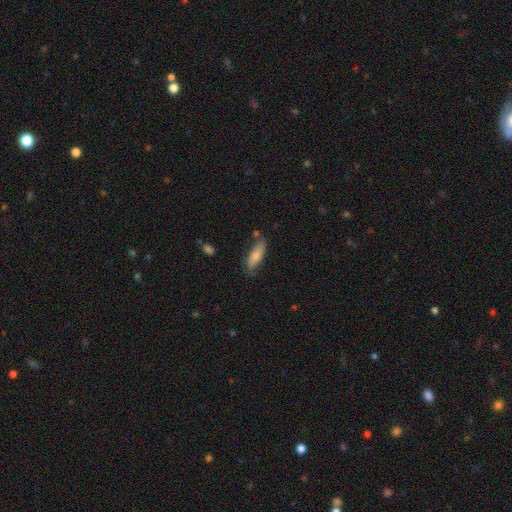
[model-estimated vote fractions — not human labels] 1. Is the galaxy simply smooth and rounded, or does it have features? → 70% smooth, 24% featured or disk, 6% star or artifact.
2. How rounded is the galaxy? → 53% in between, 45% cigar-shaped, 2% round.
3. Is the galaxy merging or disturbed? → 67% none, 23% minor disturbance, 5% merger, 5% major disturbance.